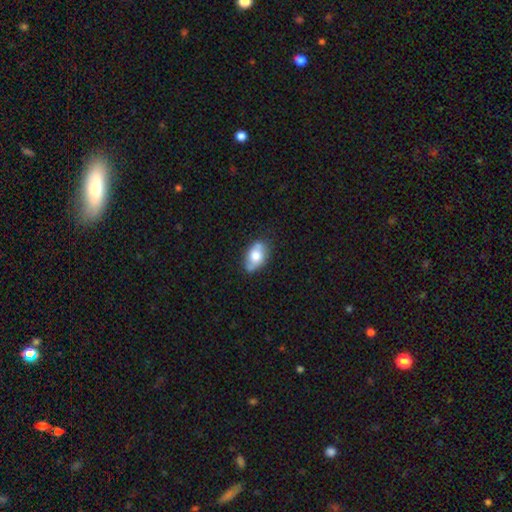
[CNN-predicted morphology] The model was most divided on "smooth or featured": smooth: 68%, featured or disk: 25%, star or artifact: 7%. More confident: how rounded — in between (90%); merging — none (73%).